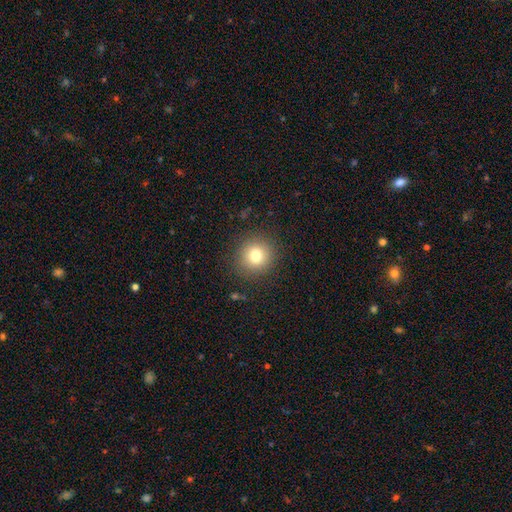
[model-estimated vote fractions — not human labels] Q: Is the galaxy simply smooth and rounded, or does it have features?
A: smooth — 79%.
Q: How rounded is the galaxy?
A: round — 89%.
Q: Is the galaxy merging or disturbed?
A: none — 88%.